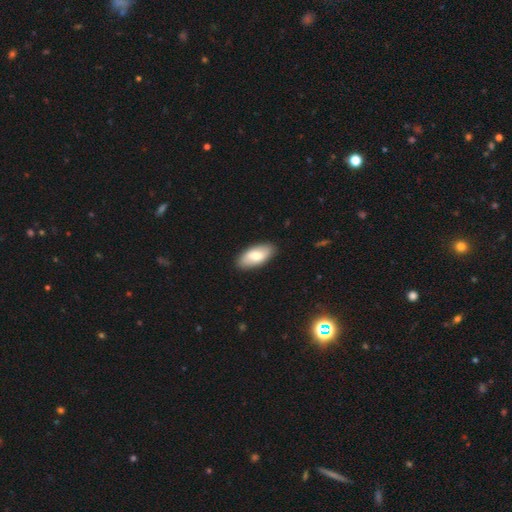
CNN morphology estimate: smooth-or-featured: smooth: 69% | featured or disk: 25% | star or artifact: 5%
  how-rounded: in between: 91% | cigar-shaped: 6% | round: 2%
  merging: none: 88% | minor disturbance: 9% | major disturbance: 2% | merger: 1%